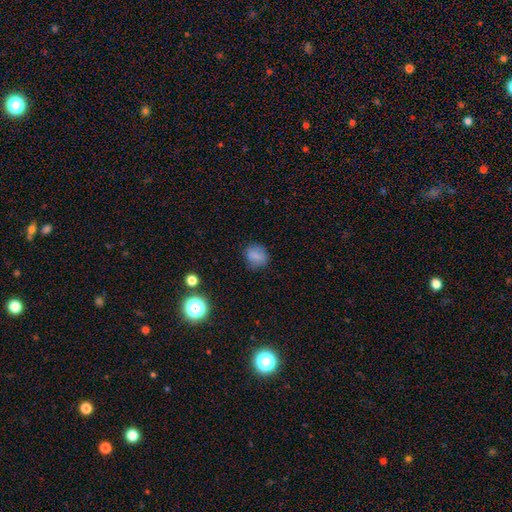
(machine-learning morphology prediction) smooth-or-featured: smooth: 76% | star or artifact: 13% | featured or disk: 11%
  how-rounded: round: 73% | in between: 25% | cigar-shaped: 1%
  merging: none: 78% | minor disturbance: 16% | major disturbance: 5% | merger: 2%